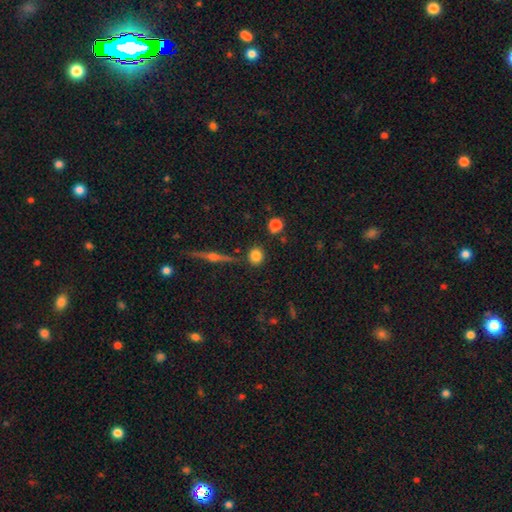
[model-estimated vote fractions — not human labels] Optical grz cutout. It shows a smooth galaxy with no disk features (81%) that is round (84%). Merging: none (85%).